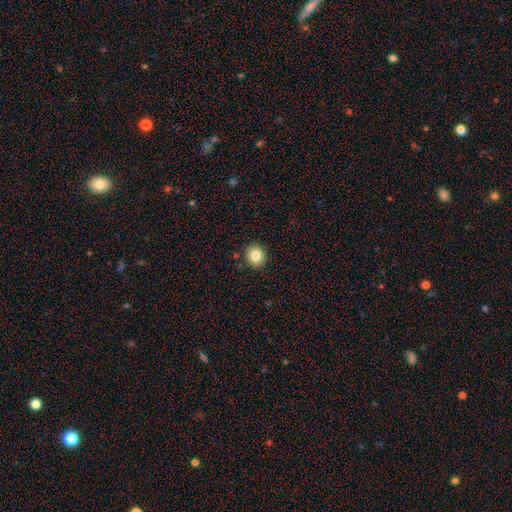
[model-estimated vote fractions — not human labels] This appears to be a smooth galaxy with no disk features (82%) that is round (84%). Merging: none (91%).